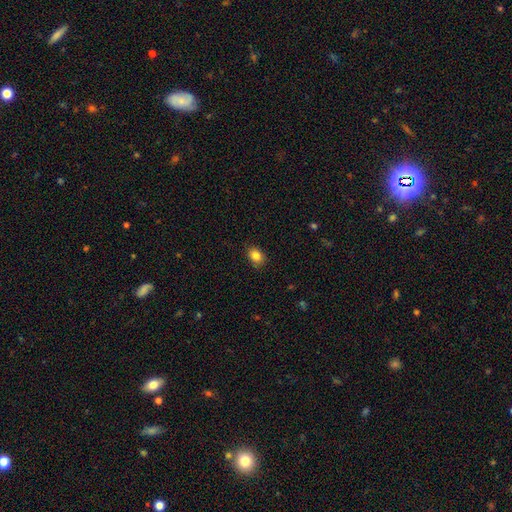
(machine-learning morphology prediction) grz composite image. It shows a smooth galaxy with no disk features (84%) that is in between round and cigar-shaped (58%). Merging: none (86%).